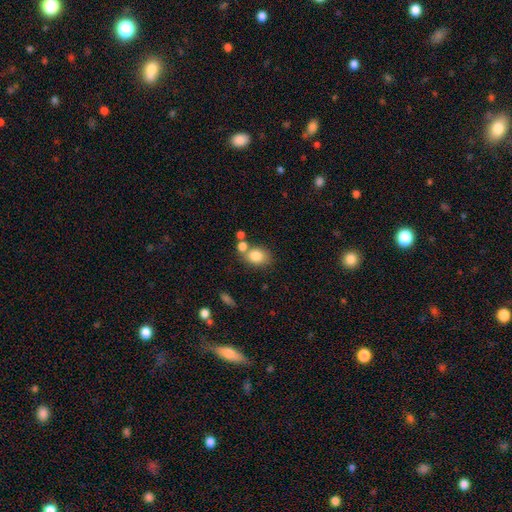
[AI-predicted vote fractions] Smooth or featured: smooth — 82% (star or artifact — 9%)
How rounded: in between — 59% (round — 40%)
Merging: none — 57% (merger — 24%)